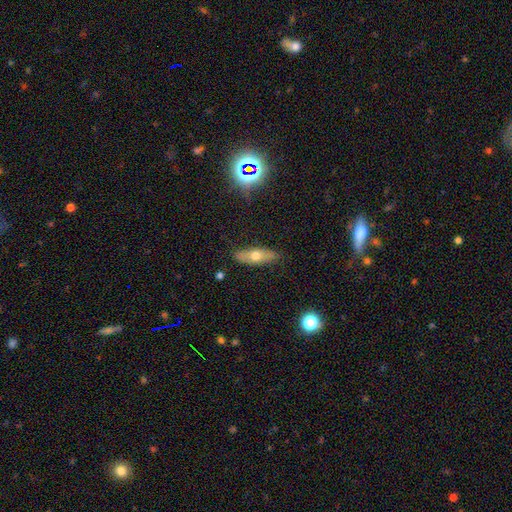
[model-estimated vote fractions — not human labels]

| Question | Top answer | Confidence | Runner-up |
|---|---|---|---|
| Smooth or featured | smooth | 55% | featured or disk (36%) |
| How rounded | in between | 56% | cigar-shaped (40%) |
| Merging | none | 86% | minor disturbance (11%) |